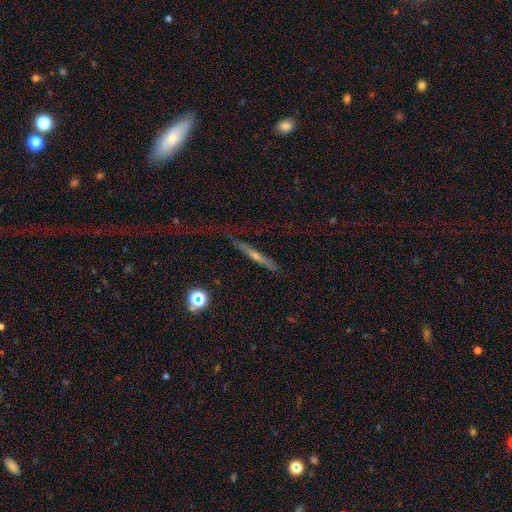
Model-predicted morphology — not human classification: This appears to be a featured or disk galaxy (56%) viewed edge-on (89%). Merging: none (60%).